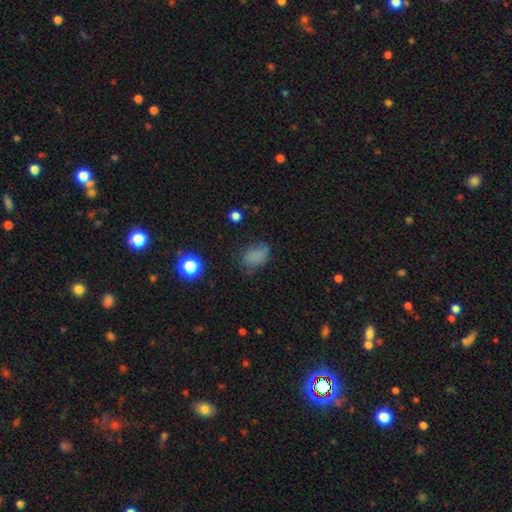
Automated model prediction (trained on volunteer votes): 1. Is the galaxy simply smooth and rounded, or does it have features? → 75% smooth, 16% star or artifact, 9% featured or disk.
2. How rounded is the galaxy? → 79% in between, 19% round, 2% cigar-shaped.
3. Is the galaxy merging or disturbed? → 53% none, 30% minor disturbance, 15% major disturbance, 3% merger.